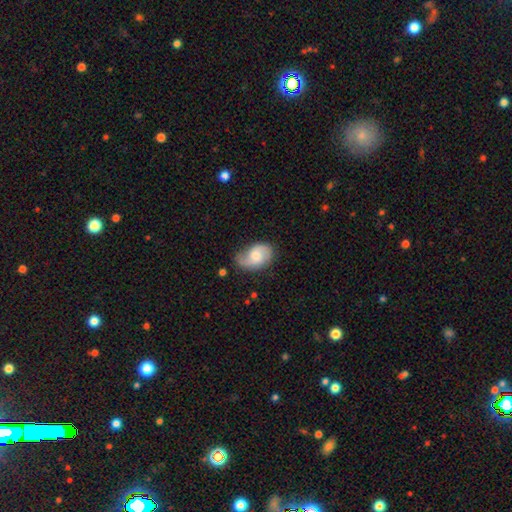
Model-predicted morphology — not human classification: Smooth or featured? featured or disk (60%)
Edge-on disk? no (97%)
Bar? no (60%)
Spiral arms? yes (91%)
Spiral winding? medium (42%)
Spiral arm count? 2 (83%)
Bulge size? moderate (52%)
Merging? none (63%)